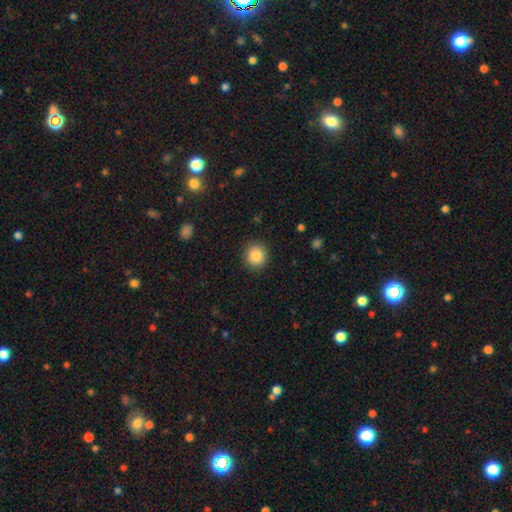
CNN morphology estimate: type=smooth (88%); roundness=round (89%); merging=none (90%).